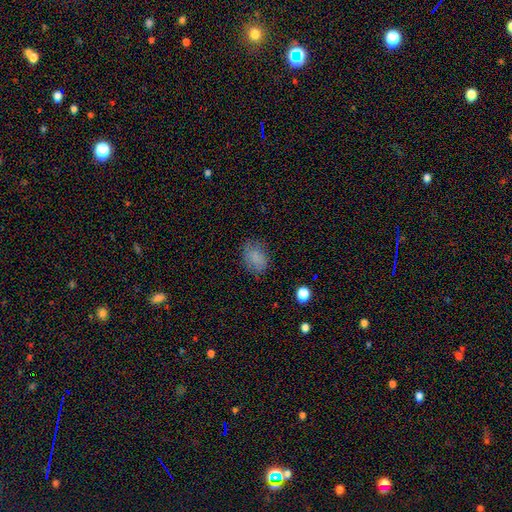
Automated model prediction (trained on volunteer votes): smooth 77%, star or artifact 13%, featured or disk 10%. Down the decision tree: how rounded — in between (68%); merging — none (70%).